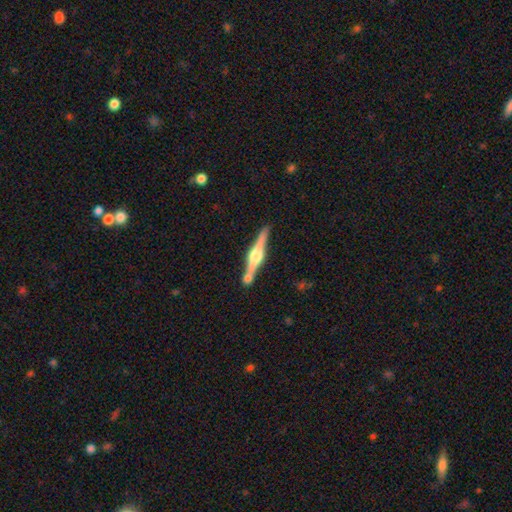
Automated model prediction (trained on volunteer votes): Morphology: type=featured or disk (82%); edge-on=yes (98%); edge-on bulge=rounded (92%); merging=none (77%).